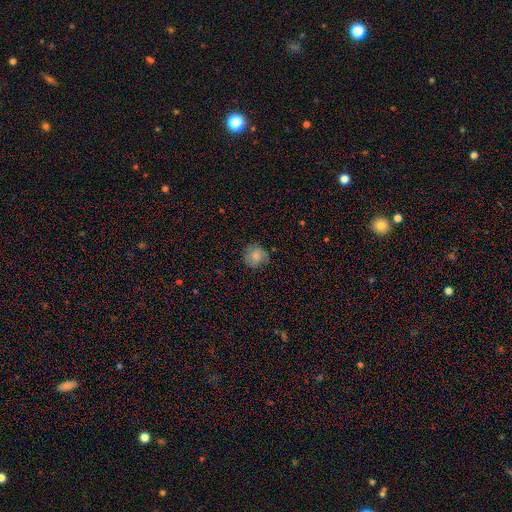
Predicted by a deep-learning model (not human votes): Smooth or featured: smooth — 73% (featured or disk — 18%)
How rounded: round — 87% (in between — 12%)
Merging: none — 74% (minor disturbance — 20%)